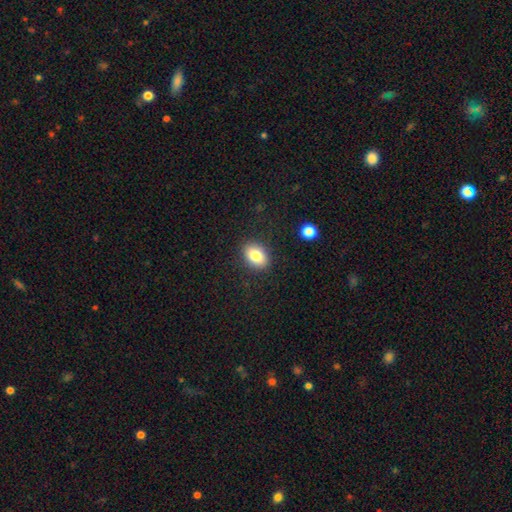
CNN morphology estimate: smooth-or-featured: smooth: 81% | featured or disk: 10% | star or artifact: 9%
  how-rounded: in between: 80% | round: 19% | cigar-shaped: 1%
  merging: none: 88% | minor disturbance: 9% | major disturbance: 3% | merger: 1%